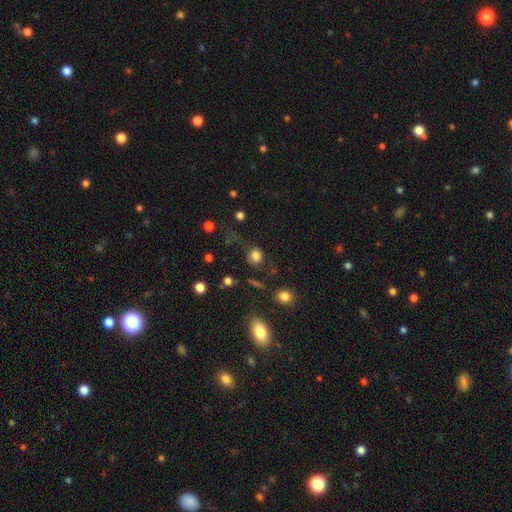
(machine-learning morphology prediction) A smooth galaxy with no disk features (79%) that is round (80%).

Vote fractions:
- Smooth or featured? smooth: 79% / star or artifact: 14% / featured or disk: 7%
- How rounded? round: 80% / in between: 19% / cigar-shaped: 2%
- Merging? none: 65% / minor disturbance: 18% / major disturbance: 12% / merger: 5%